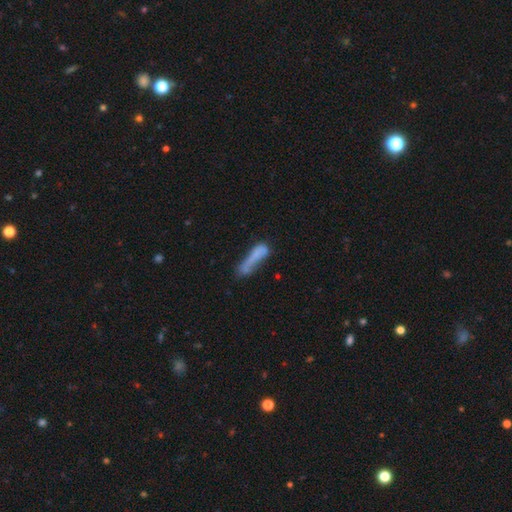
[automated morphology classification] type=smooth (66%); roundness=cigar-shaped (79%); merging=none (39%).